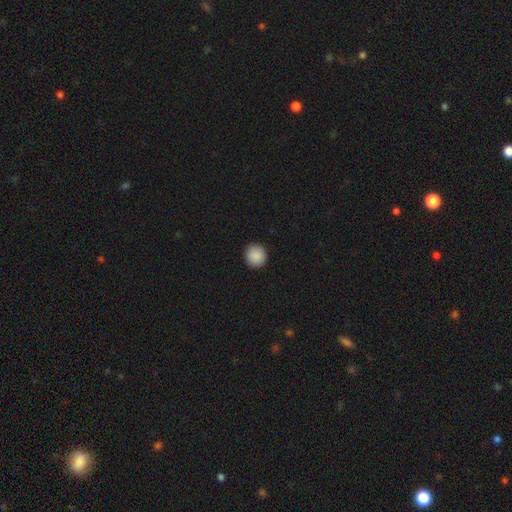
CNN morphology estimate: type=smooth (89%); roundness=round (92%); merging=none (92%).